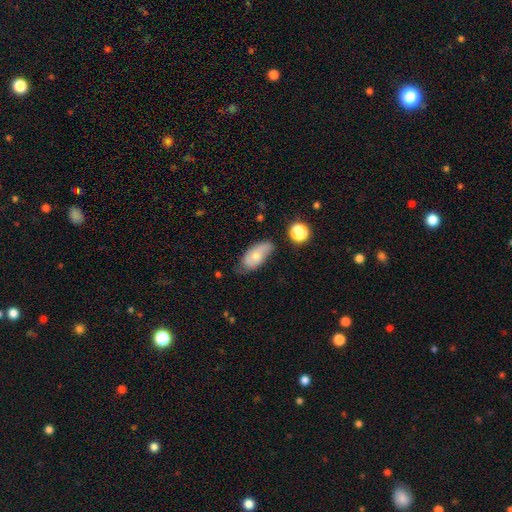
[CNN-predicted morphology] Smooth or featured?
  - smooth: 63% *
  - featured or disk: 29%
  - star or artifact: 8%
How rounded?
  - in between: 90% *
  - cigar-shaped: 7%
  - round: 3%
Merging?
  - none: 52% *
  - minor disturbance: 34%
  - major disturbance: 11%
  - merger: 4%